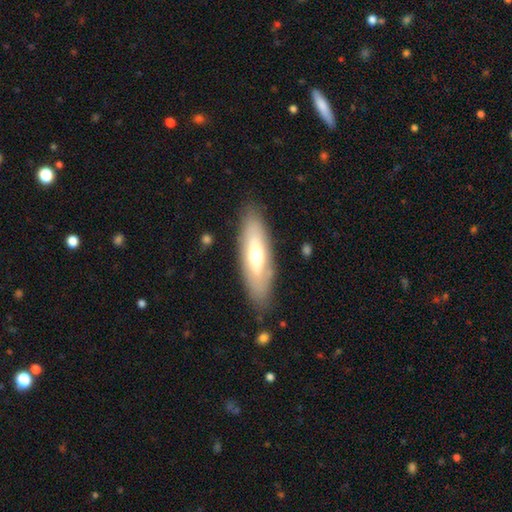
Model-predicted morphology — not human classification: smooth 49%, featured or disk 45%, star or artifact 6%. Down the decision tree: merging — none (82%).